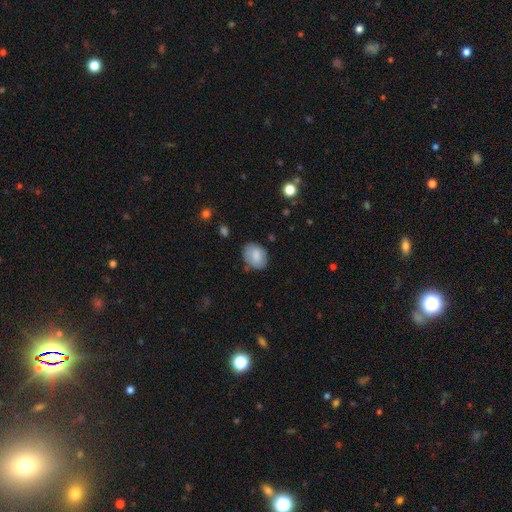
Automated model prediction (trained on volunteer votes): smooth-or-featured: smooth: 78% | featured or disk: 15% | star or artifact: 7%
  how-rounded: in between: 65% | round: 34% | cigar-shaped: 1%
  merging: none: 70% | minor disturbance: 22% | major disturbance: 6% | merger: 2%